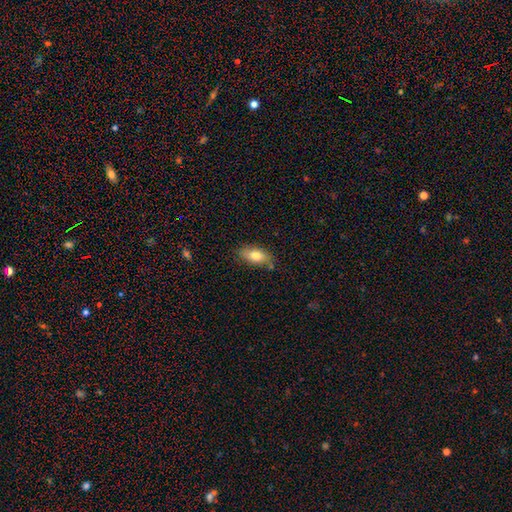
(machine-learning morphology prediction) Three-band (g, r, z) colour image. It shows a smooth galaxy with no disk features (76%) that is in between round and cigar-shaped (86%). Merging: none (74%).